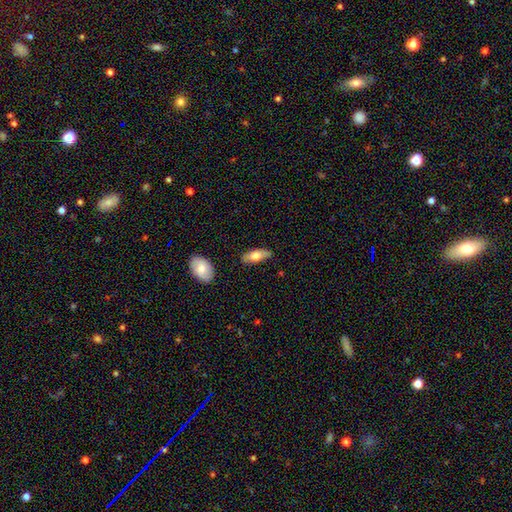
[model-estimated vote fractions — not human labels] This appears to be a smooth galaxy with no disk features (72%) that is in between round and cigar-shaped (79%). Merging: none (76%).